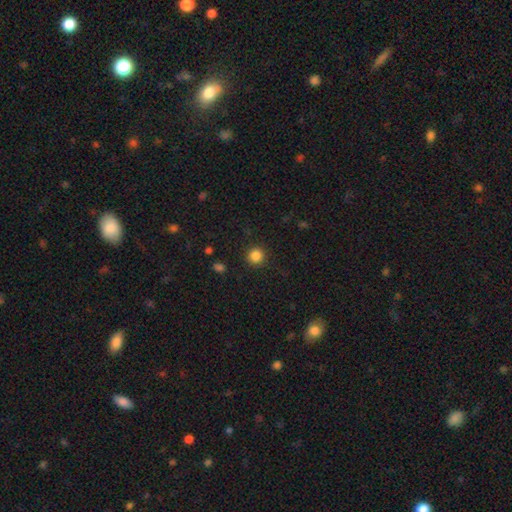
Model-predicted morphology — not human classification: Smooth or featured? smooth (85%)
How rounded? round (94%)
Merging? none (91%)